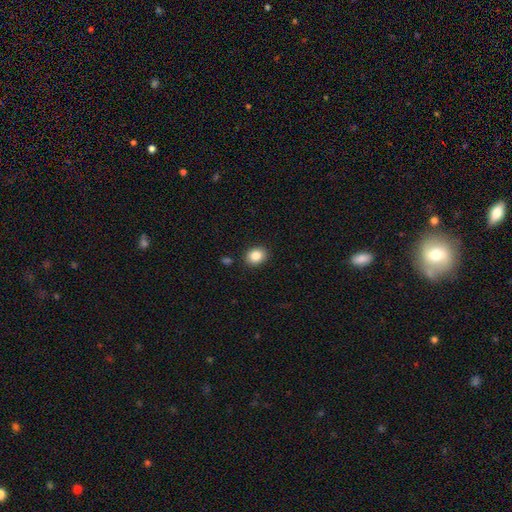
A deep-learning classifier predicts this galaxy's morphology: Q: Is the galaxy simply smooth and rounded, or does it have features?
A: smooth — 86%.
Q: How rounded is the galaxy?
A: in between — 51%.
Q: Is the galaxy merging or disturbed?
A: none — 88%.